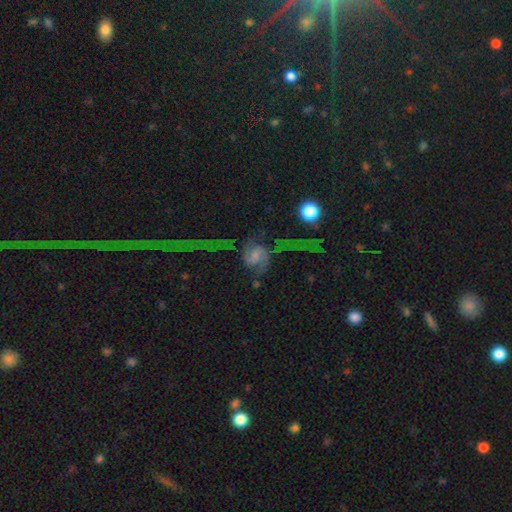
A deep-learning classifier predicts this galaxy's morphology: smooth-or-featured: featured or disk: 79% | smooth: 13% | star or artifact: 8%
  disk-edge-on: no: 97% | yes: 3%
    bar: weak: 47% | no: 38% | strong: 15%
    has-spiral-arms: yes: 95% | no: 5%
      spiral-winding: medium: 45% | loose: 39% | tight: 16%
      spiral-arm-count: 2: 92% | can't tell: 3% | 1: 2% | 3: 1% | 4: 1% | more than 4: 1%
    bulge-size: none: 33% | small: 31% | moderate: 26% | large: 8% | dominant: 2%
  merging: none: 54% | major disturbance: 22% | minor disturbance: 17% | merger: 7%